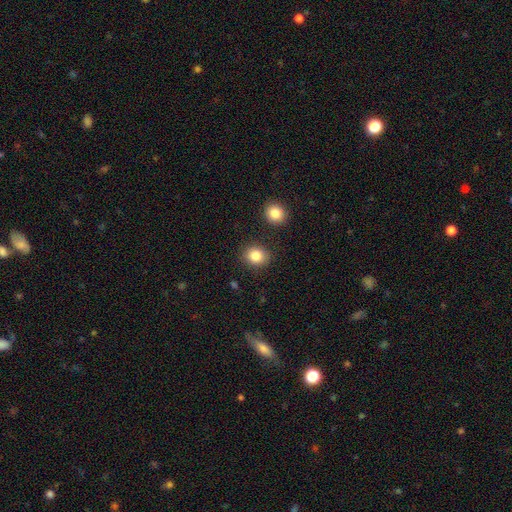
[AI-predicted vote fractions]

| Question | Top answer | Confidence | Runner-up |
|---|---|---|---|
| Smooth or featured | smooth | 84% | star or artifact (10%) |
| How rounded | round | 68% | in between (31%) |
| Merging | none | 86% | minor disturbance (8%) |